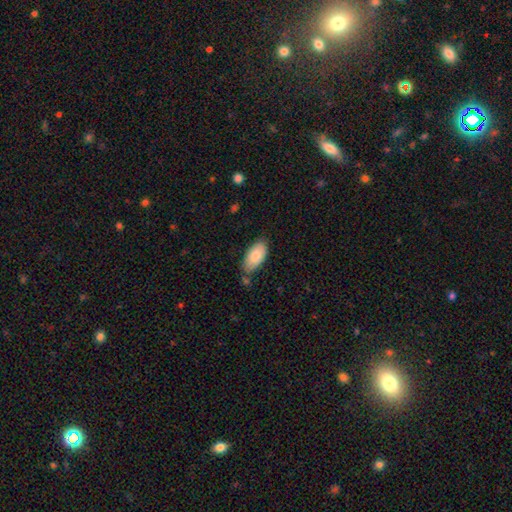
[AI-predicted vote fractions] This is clearly a smooth galaxy (81%). How rounded: clearly in between (94%). Merging: likely none (71%).